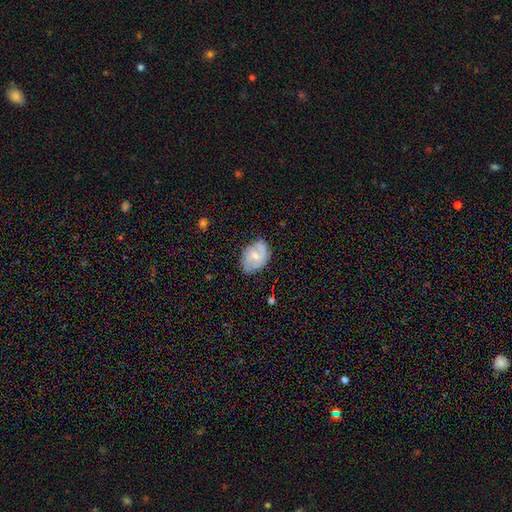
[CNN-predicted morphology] Smooth or featured? featured or disk (59%)
Edge-on disk? no (97%)
Bar? weak (46%, tied with no)
Spiral arms? yes (83%)
Bulge size? small (50%)
Merging? none (69%)